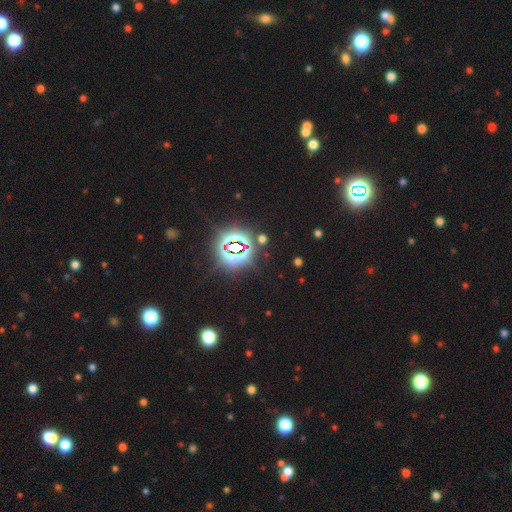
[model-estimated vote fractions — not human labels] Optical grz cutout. It shows a star or artifact, not a galaxy (80%).